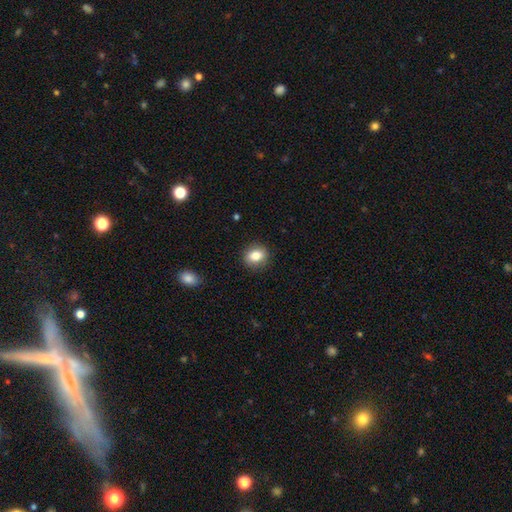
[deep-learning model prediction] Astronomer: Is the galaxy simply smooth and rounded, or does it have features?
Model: smooth — 82%.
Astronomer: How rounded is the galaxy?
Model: round — 53% (runner-up: in between, 46%).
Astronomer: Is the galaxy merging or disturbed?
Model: none — 88%.